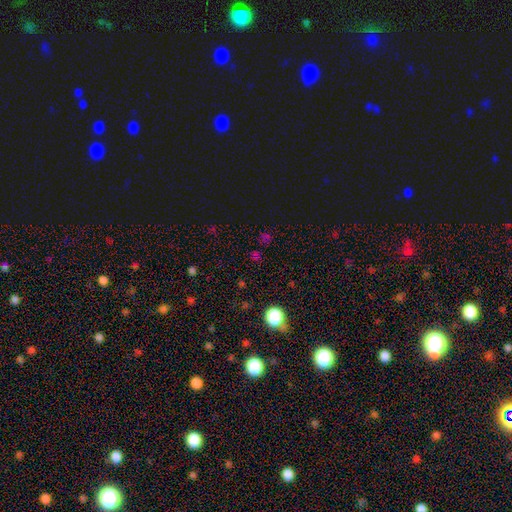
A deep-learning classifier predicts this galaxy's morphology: Smooth or featured? Predicted: star or artifact (p=0.53).